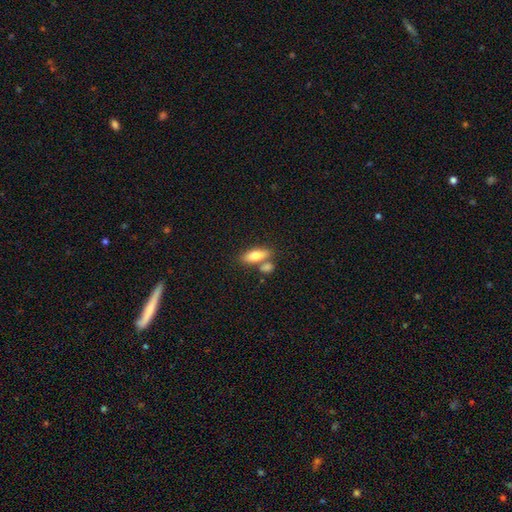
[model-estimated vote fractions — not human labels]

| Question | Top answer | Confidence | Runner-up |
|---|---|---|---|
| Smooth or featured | smooth | 76% | featured or disk (18%) |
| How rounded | in between | 75% | cigar-shaped (21%) |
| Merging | none | 57% | merger (29%) |